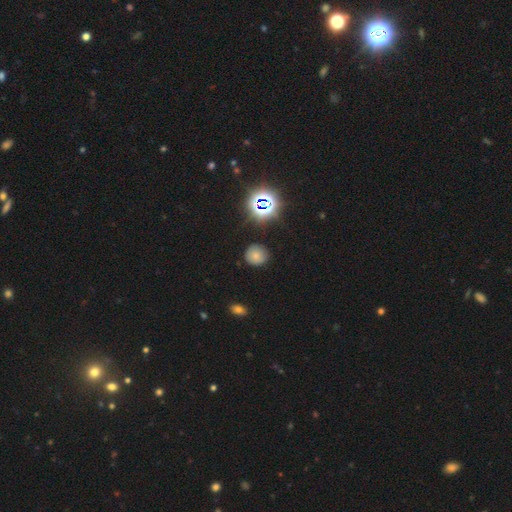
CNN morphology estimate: A smooth galaxy with no disk features (70%) that is round (89%).

Vote fractions:
- Smooth or featured? smooth: 70% / star or artifact: 20% / featured or disk: 10%
- How rounded? round: 89% / in between: 10% / cigar-shaped: 1%
- Merging? none: 83% / minor disturbance: 12% / major disturbance: 3% / merger: 2%